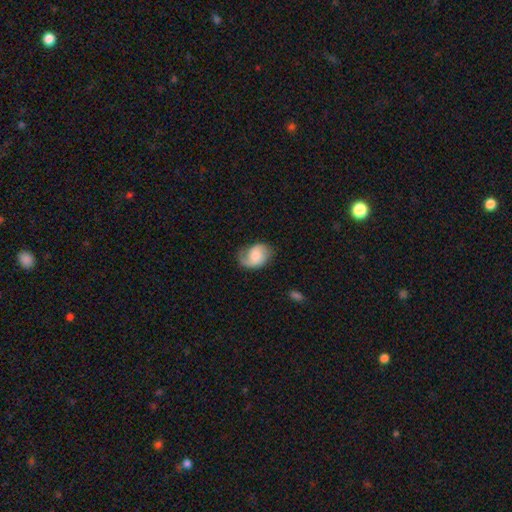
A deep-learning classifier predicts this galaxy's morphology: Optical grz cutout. It shows a featured or disk galaxy (57%) with no bar (59%), 2 (57%) medium (41%) spiral arms (91%) and a moderate central bulge (40%). Merging: none (59%).